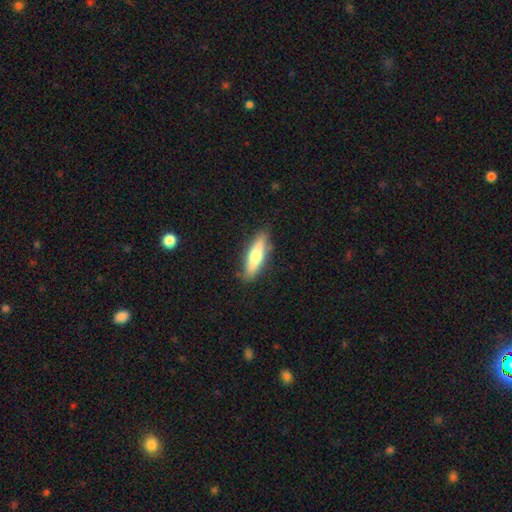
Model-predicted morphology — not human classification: A smooth galaxy with no disk features (59%) that is cigar-shaped (64%).

Vote fractions:
- Smooth or featured? smooth: 59% / featured or disk: 35% / star or artifact: 6%
- How rounded? cigar-shaped: 64% / in between: 34% / round: 2%
- Merging? none: 86% / minor disturbance: 11% / major disturbance: 2% / merger: 1%